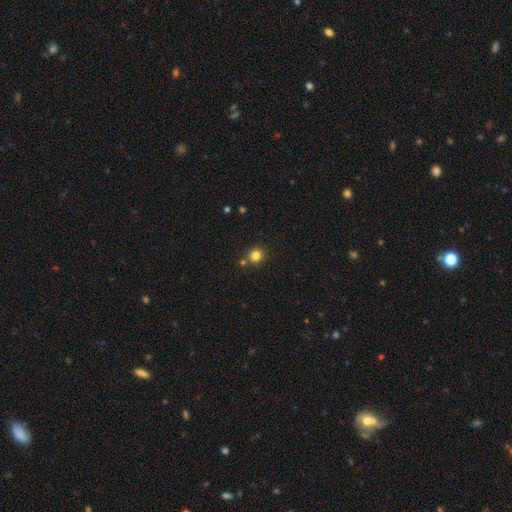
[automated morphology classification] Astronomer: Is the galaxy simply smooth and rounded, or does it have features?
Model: smooth — 81%.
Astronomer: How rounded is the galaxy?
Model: round — 86%.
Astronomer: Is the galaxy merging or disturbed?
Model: none — 77%.